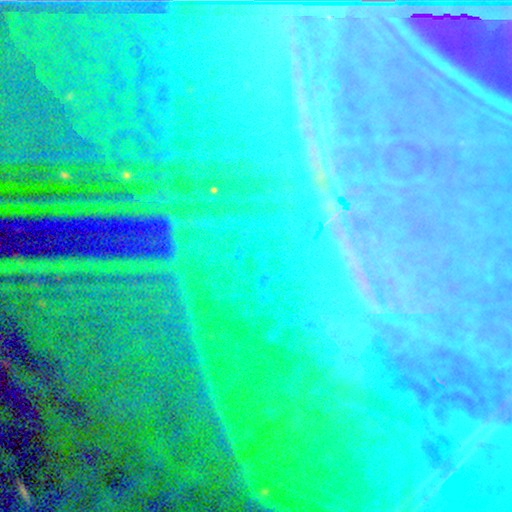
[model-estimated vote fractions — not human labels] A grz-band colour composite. It shows a star or artifact, not a galaxy (86%).